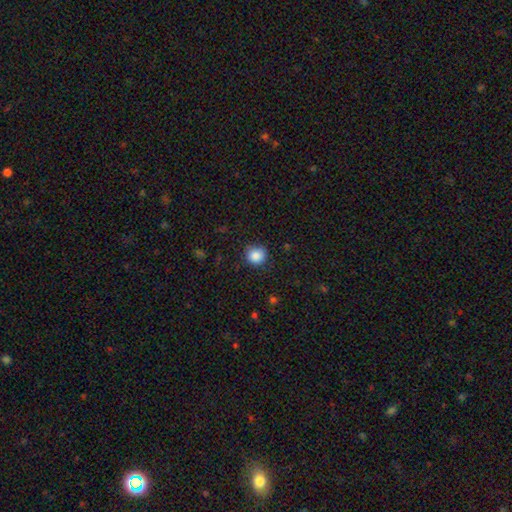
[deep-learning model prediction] A smooth galaxy with no disk features (87%) that is round (89%). Merging: none (85%).